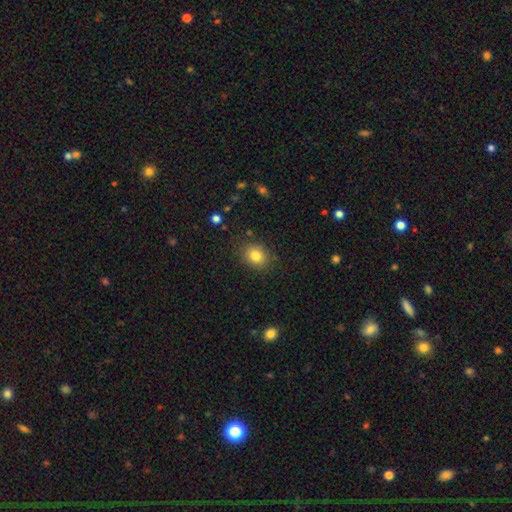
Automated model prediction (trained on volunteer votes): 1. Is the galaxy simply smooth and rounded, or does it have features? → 82% smooth, 11% star or artifact, 7% featured or disk.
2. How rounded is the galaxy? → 64% round, 35% in between, 1% cigar-shaped.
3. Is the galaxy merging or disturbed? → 84% none, 11% minor disturbance, 3% major disturbance, 2% merger.